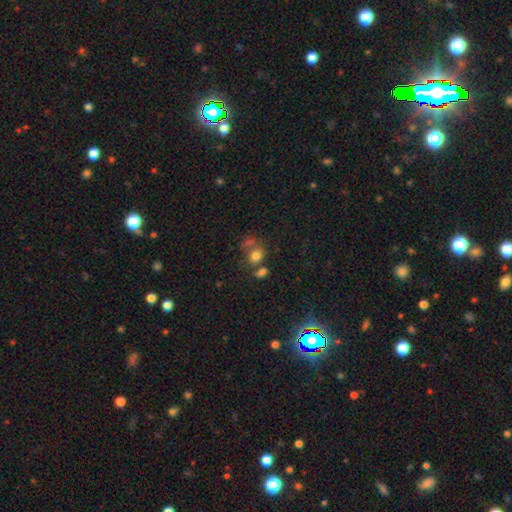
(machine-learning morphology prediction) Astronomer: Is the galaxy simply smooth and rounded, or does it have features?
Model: smooth — 73%.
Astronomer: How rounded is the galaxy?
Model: round — 55% (runner-up: in between, 44%).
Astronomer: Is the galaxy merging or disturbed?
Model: none — 39% (runner-up: merger, 38%).